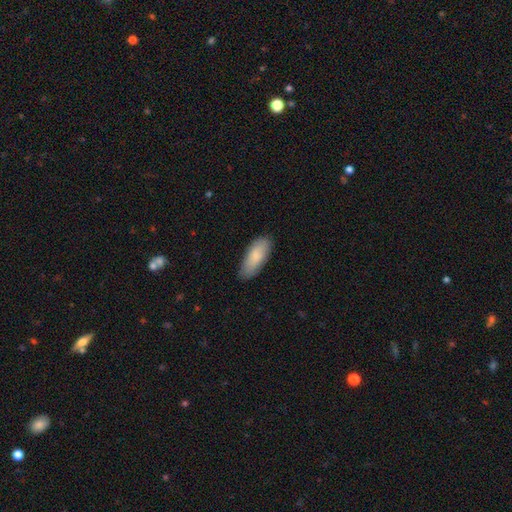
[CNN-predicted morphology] Smooth or featured? Predicted: smooth (p=0.86). How rounded? Predicted: in between (p=0.77). Merging? Predicted: none (p=0.81).